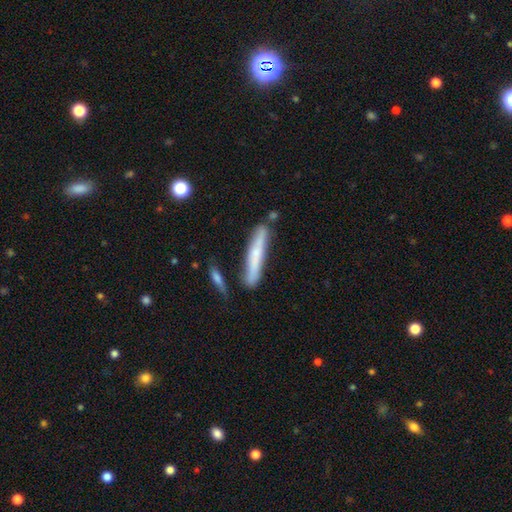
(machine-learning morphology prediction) Smooth or featured? Predicted: smooth (p=0.52). How rounded? Predicted: cigar-shaped (p=0.93). Merging? Predicted: none (p=0.74).